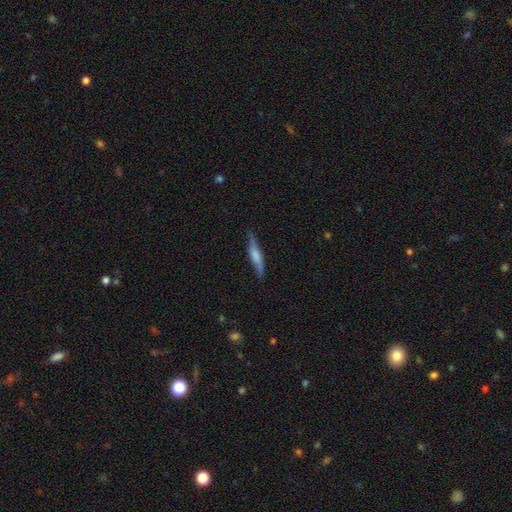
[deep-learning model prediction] Q: Smooth or featured?
A: smooth (52%); runner-up: featured or disk (42%)
Q: How rounded?
A: cigar-shaped (87%); runner-up: in between (11%)
Q: Merging?
A: none (82%); runner-up: minor disturbance (14%)